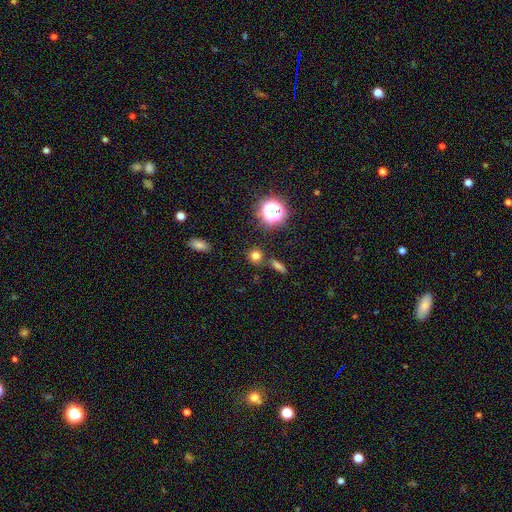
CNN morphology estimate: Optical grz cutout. It shows a smooth galaxy with no disk features (71%) that is round (85%). Merging: none (77%).